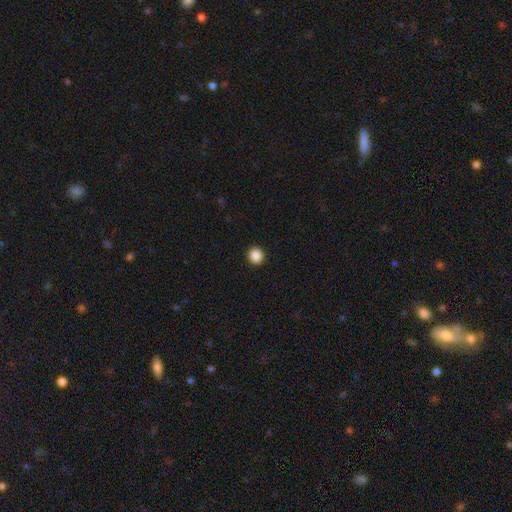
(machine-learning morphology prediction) Smooth or featured? Predicted: smooth (p=0.88). How rounded? Predicted: round (p=0.91). Merging? Predicted: none (p=0.93).